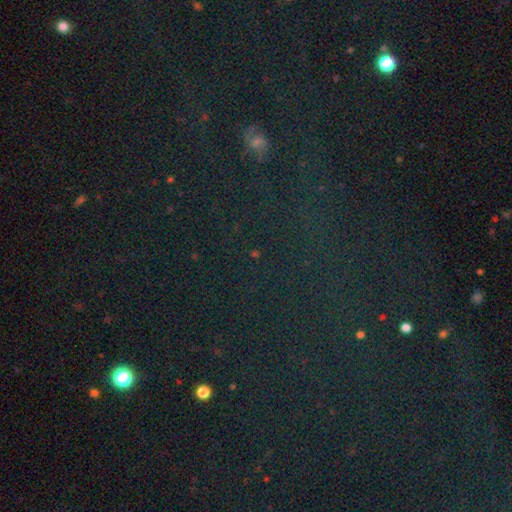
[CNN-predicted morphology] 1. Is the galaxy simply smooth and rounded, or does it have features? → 78% star or artifact, 14% smooth, 8% featured or disk.